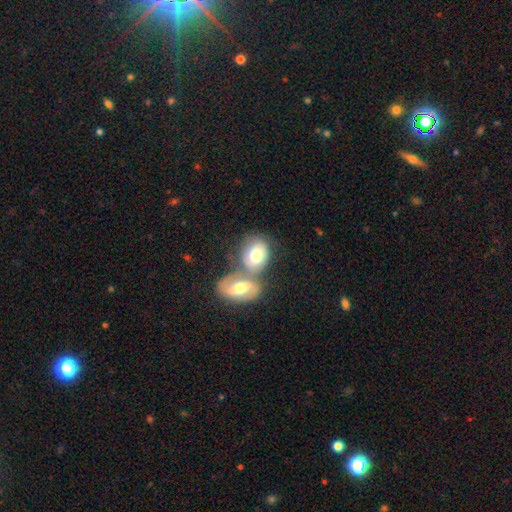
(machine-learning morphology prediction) This appears to be a smooth galaxy with no disk features (60%) that is in between round and cigar-shaped (64%). Merging: merger (54%).